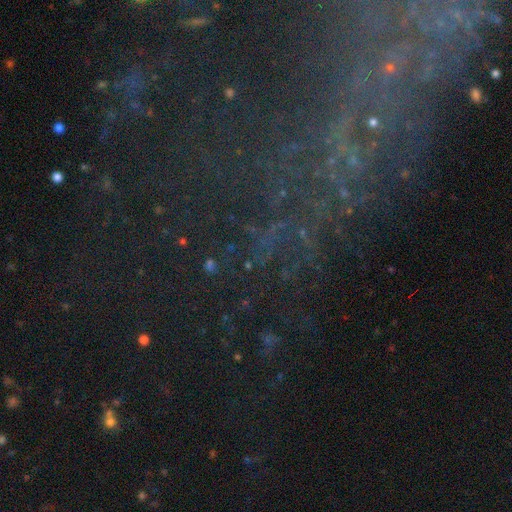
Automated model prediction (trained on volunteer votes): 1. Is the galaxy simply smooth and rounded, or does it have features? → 69% star or artifact, 18% featured or disk, 13% smooth.